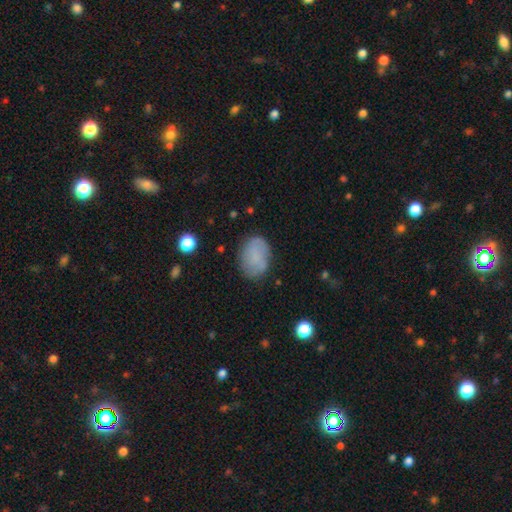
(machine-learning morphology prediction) A smooth galaxy with no disk features (72%) that is in between round and cigar-shaped (75%). Merging: none (75%).